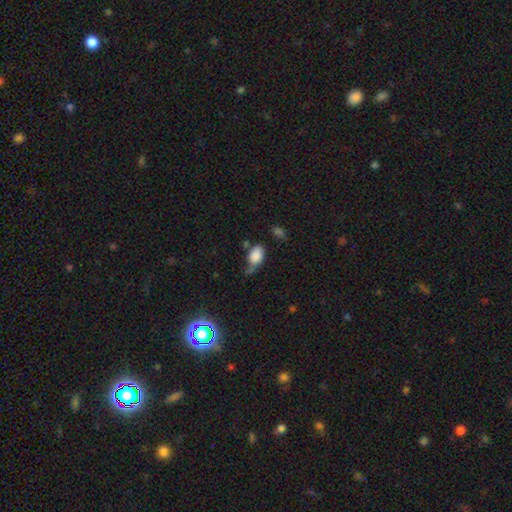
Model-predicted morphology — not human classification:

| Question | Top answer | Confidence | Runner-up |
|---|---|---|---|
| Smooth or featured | smooth | 84% | star or artifact (9%) |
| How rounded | in between | 86% | round (12%) |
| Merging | none | 41% | minor disturbance (32%) |